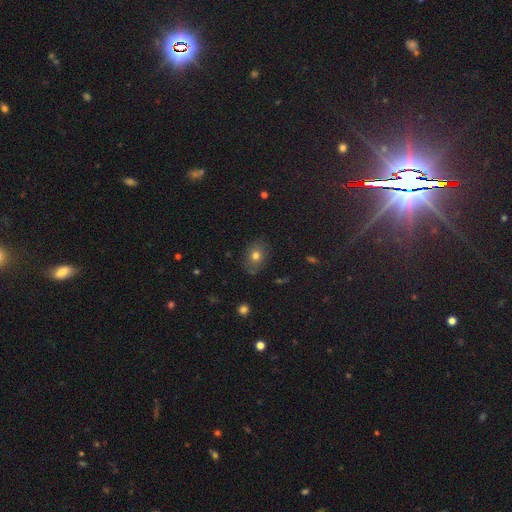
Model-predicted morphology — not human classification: The model was most divided on "how rounded": in between: 52%, round: 47%, cigar-shaped: 1%. More confident: merging — none (82%); smooth or featured — smooth (72%).